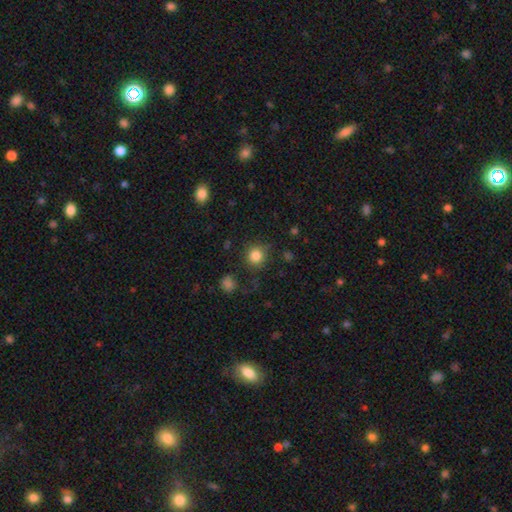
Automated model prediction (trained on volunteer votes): A smooth galaxy with no disk features (83%) that is round (92%). Merging: none (83%).